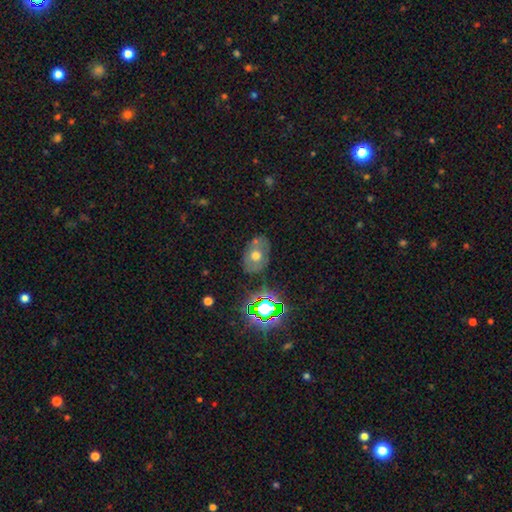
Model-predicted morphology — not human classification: Smooth or featured?
  - smooth: 52% *
  - featured or disk: 32%
  - star or artifact: 17%
How rounded?
  - in between: 72% *
  - round: 27%
  - cigar-shaped: 1%
Merging?
  - none: 69% *
  - minor disturbance: 19%
  - major disturbance: 6%
  - merger: 6%